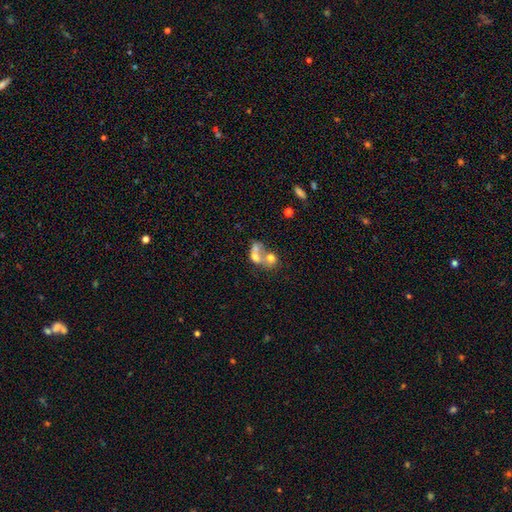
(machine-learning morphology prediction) Smooth or featured?
  - smooth: 56% *
  - featured or disk: 33%
  - star or artifact: 12%
How rounded?
  - in between: 49% * (tied)
  - round: 49% * (tied)
  - cigar-shaped: 2%
Merging?
  - merger: 70% *
  - none: 16%
  - major disturbance: 8%
  - minor disturbance: 6%